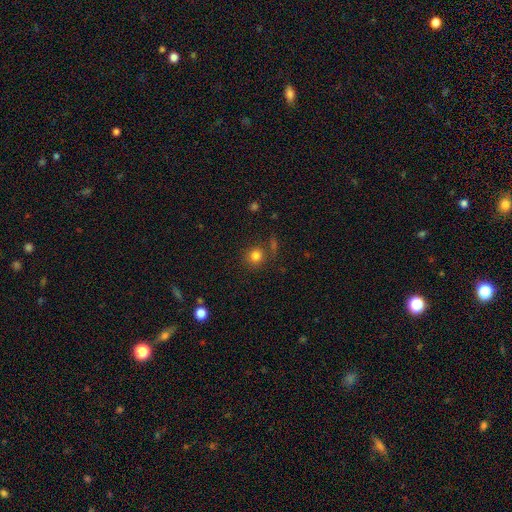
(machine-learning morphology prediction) Q: Smooth or featured?
A: smooth (80%); runner-up: star or artifact (13%)
Q: How rounded?
A: round (87%); runner-up: in between (12%)
Q: Merging?
A: none (75%); runner-up: minor disturbance (11%)